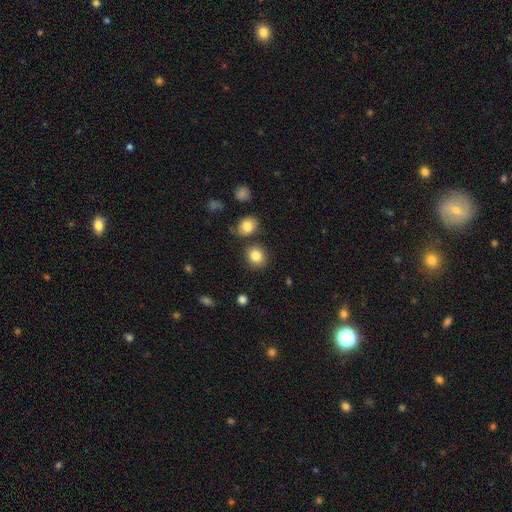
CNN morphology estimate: A smooth galaxy with no disk features (84%) that is round (78%). Merging: none (81%).